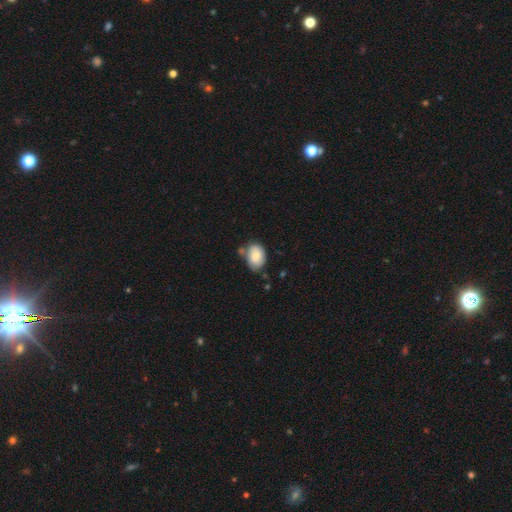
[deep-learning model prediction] Smooth or featured? smooth (80%)
How rounded? in between (79%)
Merging? none (59%)